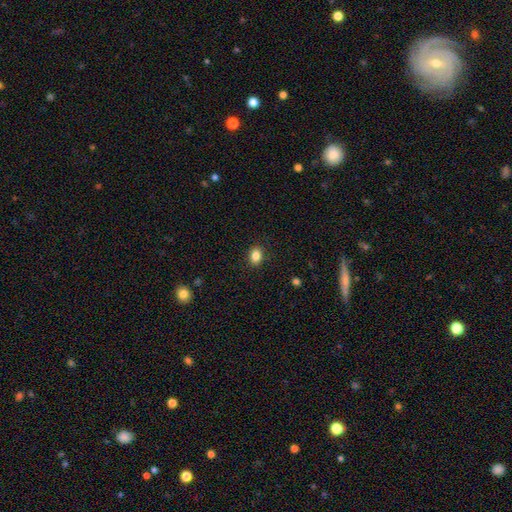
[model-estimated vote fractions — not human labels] The model was most divided on "how rounded": in between: 66%, round: 33%, cigar-shaped: 1%. More confident: merging — none (89%); smooth or featured — smooth (85%).